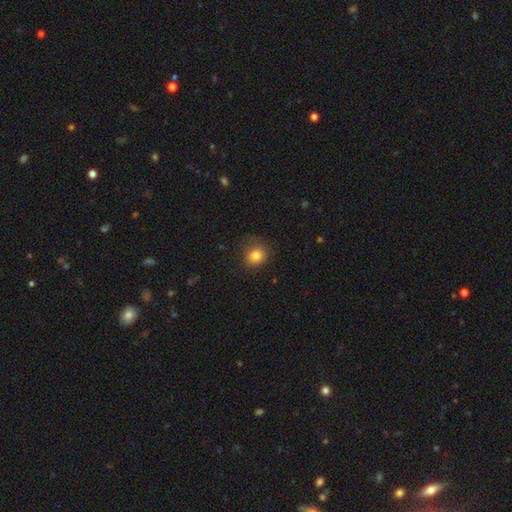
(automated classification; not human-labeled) A smooth galaxy with no disk features (81%) that is round (76%).

Vote fractions:
- Smooth or featured? smooth: 81% / star or artifact: 11% / featured or disk: 8%
- How rounded? round: 76% / in between: 24% / cigar-shaped: 1%
- Merging? none: 75% / minor disturbance: 17% / major disturbance: 6% / merger: 1%